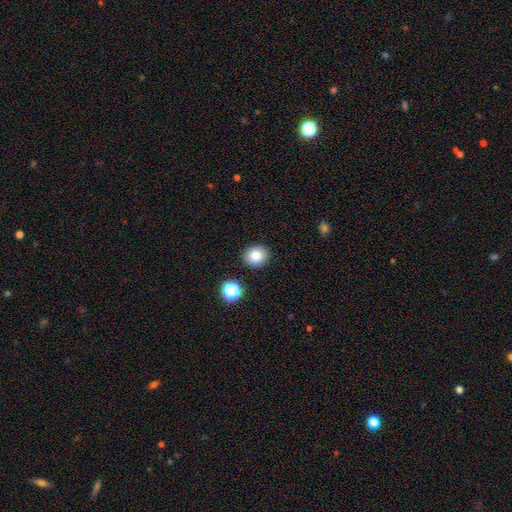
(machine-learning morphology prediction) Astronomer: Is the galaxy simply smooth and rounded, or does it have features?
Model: smooth — 82%.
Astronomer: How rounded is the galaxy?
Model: round — 76%.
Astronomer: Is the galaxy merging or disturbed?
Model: none — 89%.